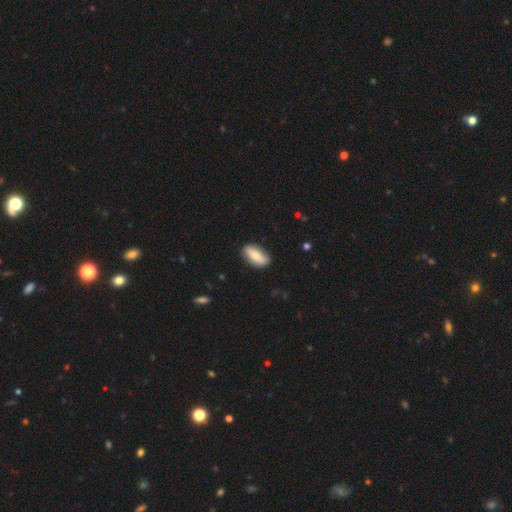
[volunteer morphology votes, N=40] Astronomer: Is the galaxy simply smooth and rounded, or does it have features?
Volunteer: smooth — 55% (runner-up: featured or disk, 40%).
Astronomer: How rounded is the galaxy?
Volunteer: in between — 86%.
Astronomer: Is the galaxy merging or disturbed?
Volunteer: none — 82%.